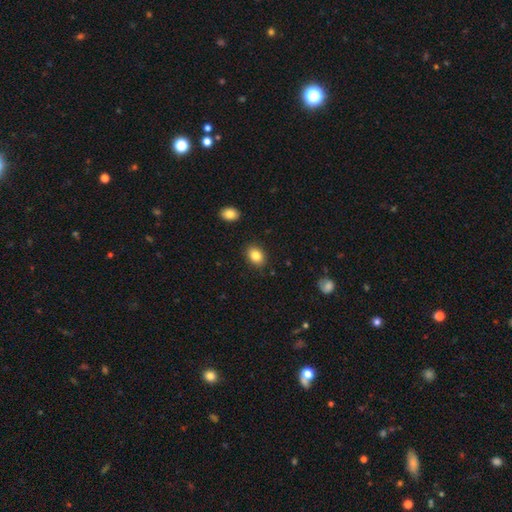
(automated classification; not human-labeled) Smooth or featured? smooth (85%)
How rounded? in between (70%)
Merging? none (86%)